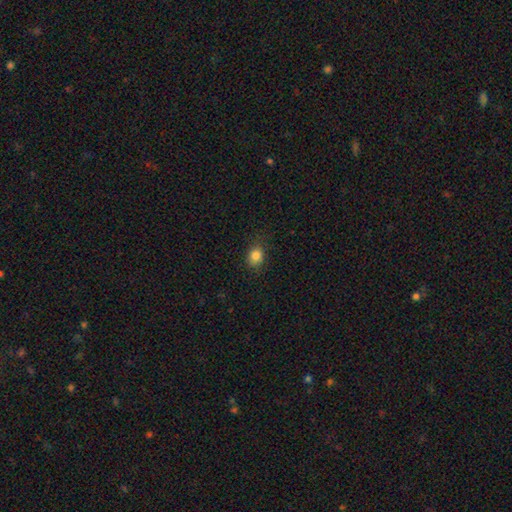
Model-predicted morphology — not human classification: Smooth or featured: smooth — 84% (star or artifact — 11%)
How rounded: round — 57% (in between — 42%)
Merging: none — 82% (minor disturbance — 13%)